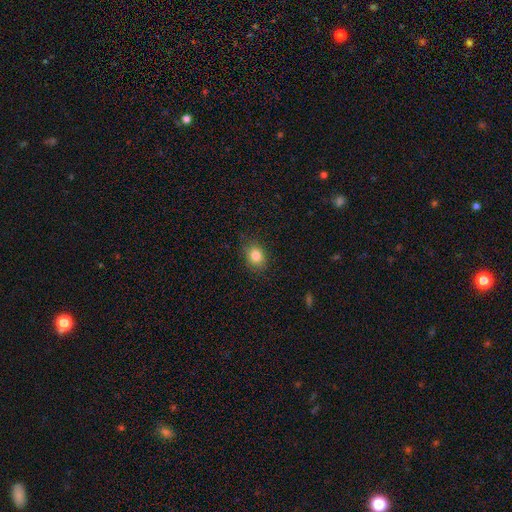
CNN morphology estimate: The model was most divided on "how rounded": in between: 50%, round: 49%, cigar-shaped: 1%. More confident: merging — none (84%); smooth or featured — smooth (83%).